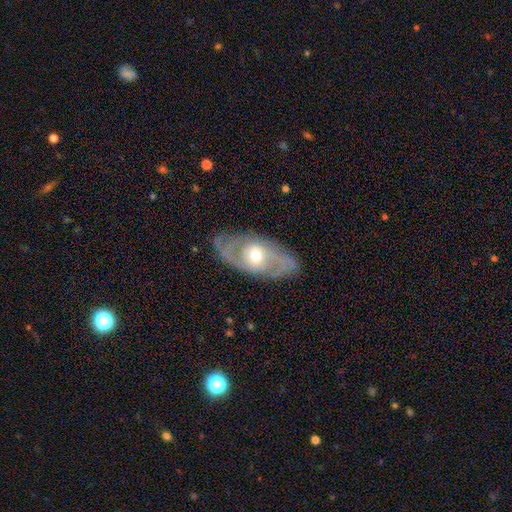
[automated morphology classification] Smooth or featured: featured or disk — 79% (smooth — 16%)
Edge-on disk: no — 90% (yes — 10%)
Bar: no — 59% (weak — 31%)
Spiral arms: yes — 81% (no — 19%)
Spiral winding: tight — 41% (medium — 40%)
Spiral arm count: 2 — 67% (can't tell — 20%)
Bulge size: moderate — 65% (small — 28%)
Merging: none — 81% (minor disturbance — 13%)